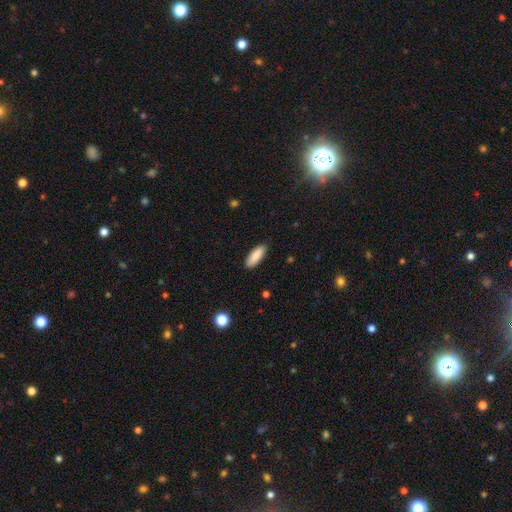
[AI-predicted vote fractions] A smooth galaxy with no disk features (87%) that is in between round and cigar-shaped (68%). Merging: none (89%).